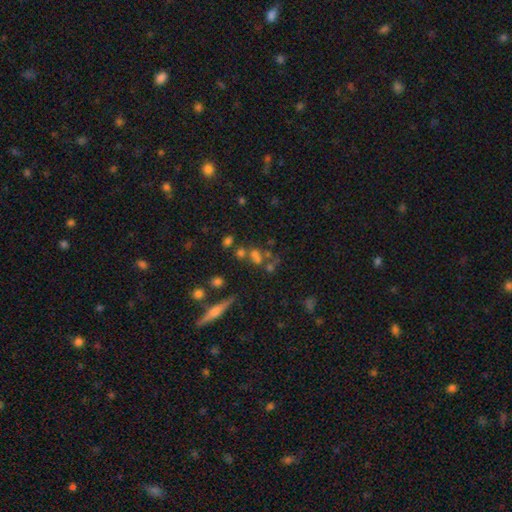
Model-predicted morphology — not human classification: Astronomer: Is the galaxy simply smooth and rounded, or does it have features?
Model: smooth — 48% (runner-up: star or artifact, 26%).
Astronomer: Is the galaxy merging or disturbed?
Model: none — 42% (runner-up: merger, 38%).